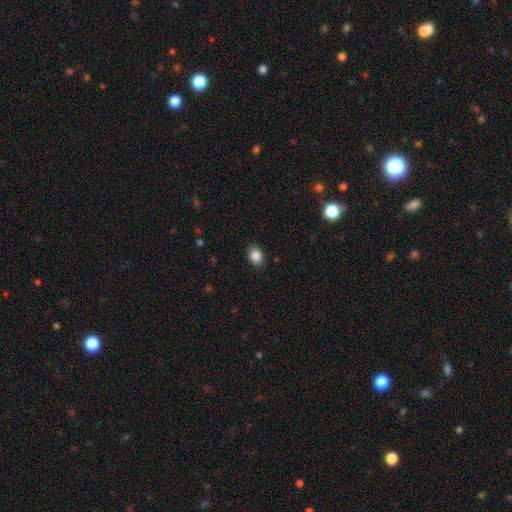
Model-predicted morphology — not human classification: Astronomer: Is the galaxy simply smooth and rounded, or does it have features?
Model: smooth — 87%.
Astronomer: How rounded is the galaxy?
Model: in between — 78%.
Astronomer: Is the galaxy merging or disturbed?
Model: none — 88%.